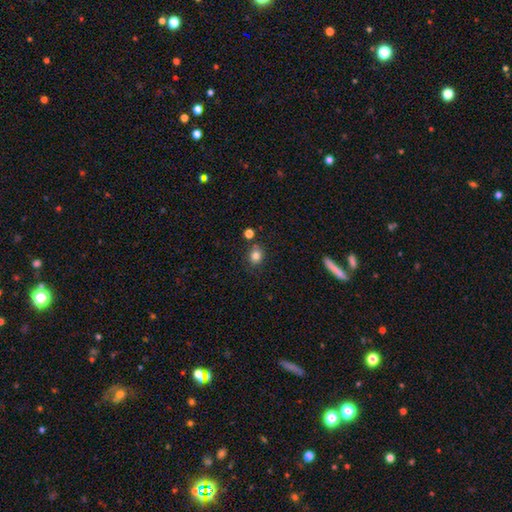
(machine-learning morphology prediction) Smooth or featured?
  - smooth: 82% *
  - star or artifact: 12%
  - featured or disk: 7%
How rounded?
  - round: 67% *
  - in between: 32%
  - cigar-shaped: 1%
Merging?
  - none: 75% *
  - minor disturbance: 13%
  - merger: 8%
  - major disturbance: 3%